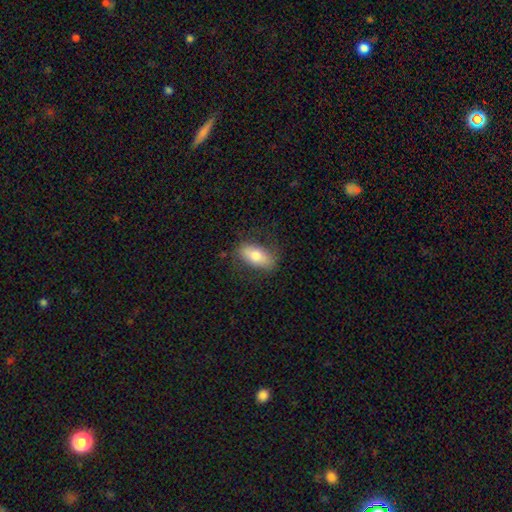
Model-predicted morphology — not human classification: smooth 70%, featured or disk 23%, star or artifact 6%. Down the decision tree: how rounded — in between (86%); merging — none (76%).